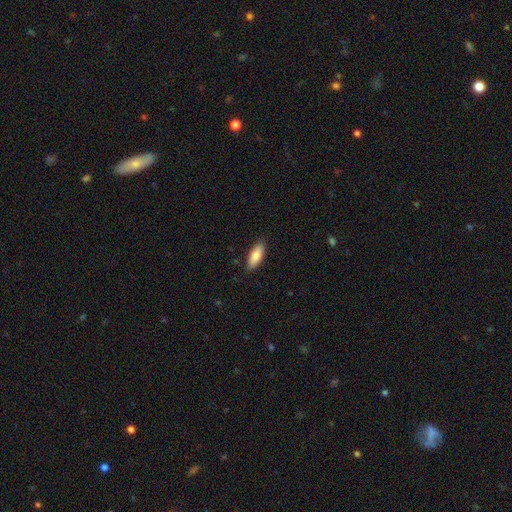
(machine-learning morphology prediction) Smooth or featured? smooth (83%)
How rounded? in between (71%)
Merging? none (87%)